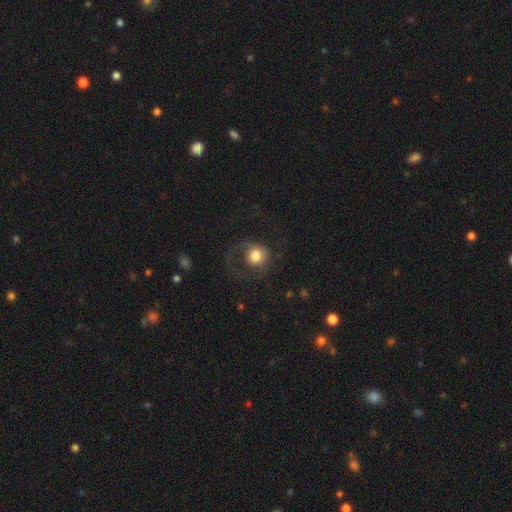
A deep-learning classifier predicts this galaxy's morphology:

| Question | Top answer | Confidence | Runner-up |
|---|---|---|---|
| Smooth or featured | smooth | 67% | featured or disk (24%) |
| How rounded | round | 84% | in between (15%) |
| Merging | none | 41% | major disturbance (40%) |